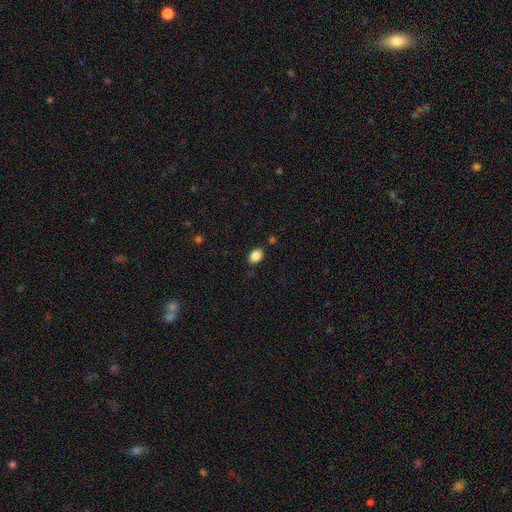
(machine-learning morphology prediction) type=smooth (86%); roundness=in between (80%); merging=none (83%).